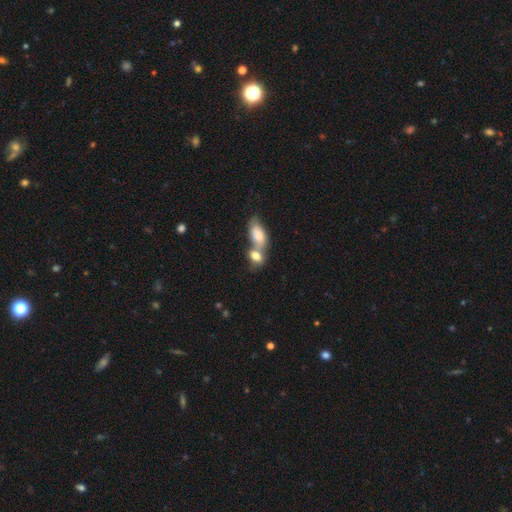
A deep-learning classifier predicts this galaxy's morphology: Smooth or featured?
  - smooth: 78% *
  - featured or disk: 15%
  - star or artifact: 8%
How rounded?
  - in between: 81% *
  - round: 14%
  - cigar-shaped: 5%
Merging?
  - merger: 64% *
  - none: 23%
  - minor disturbance: 8%
  - major disturbance: 5%